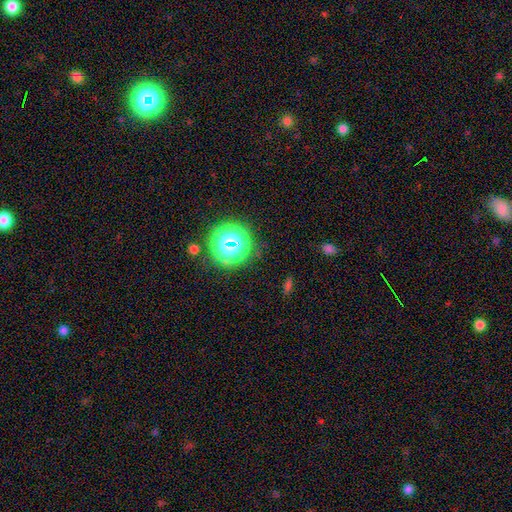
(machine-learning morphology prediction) Smooth or featured? Predicted: star or artifact (p=0.69).